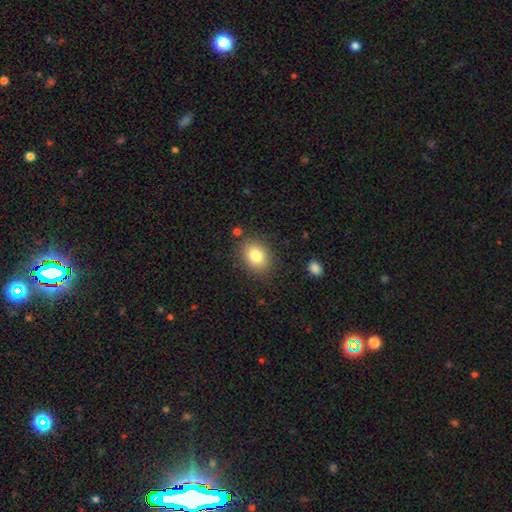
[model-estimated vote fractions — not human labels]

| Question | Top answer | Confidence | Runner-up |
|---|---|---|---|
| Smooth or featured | smooth | 82% | star or artifact (9%) |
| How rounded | in between | 59% | round (40%) |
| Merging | none | 82% | minor disturbance (12%) |